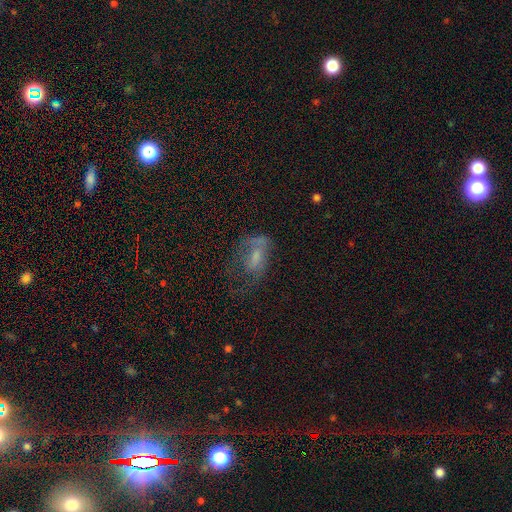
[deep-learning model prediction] A featured or disk galaxy (45%).

Vote fractions:
- Smooth or featured? featured or disk: 45% / smooth: 39% / star or artifact: 16%
- Merging? major disturbance: 43% / none: 31% / minor disturbance: 21% / merger: 5%